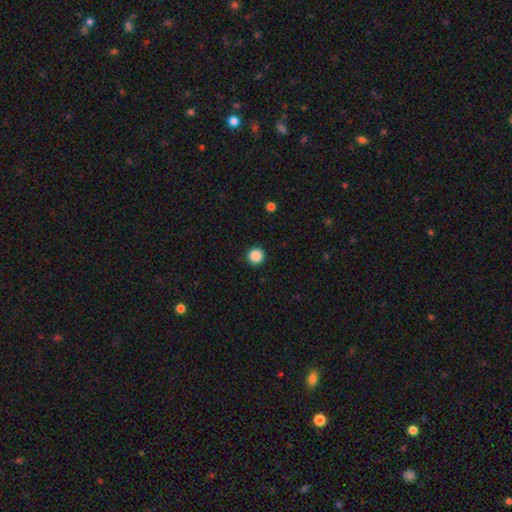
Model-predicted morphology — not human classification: The model was most divided on "smooth or featured": smooth: 87%, star or artifact: 10%, featured or disk: 3%. More confident: how rounded — round (96%); merging — none (93%).